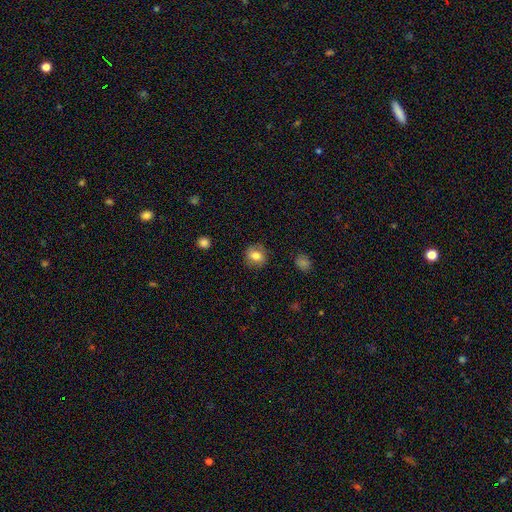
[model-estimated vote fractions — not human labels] Smooth or featured? Predicted: smooth (p=0.79). How rounded? Predicted: round (p=0.73). Merging? Predicted: none (p=0.84).